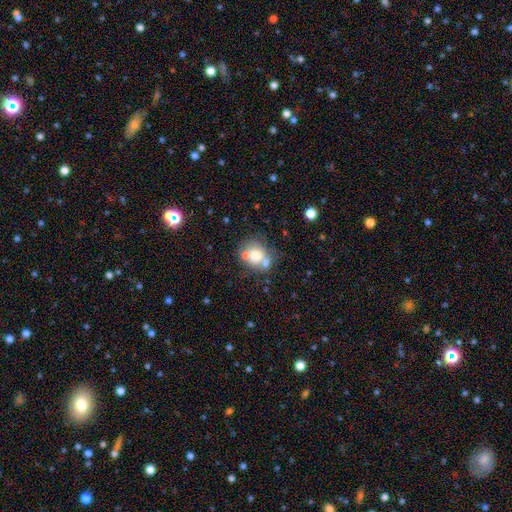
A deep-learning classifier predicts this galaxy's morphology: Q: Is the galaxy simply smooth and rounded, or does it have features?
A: smooth — 66%.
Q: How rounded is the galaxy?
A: round — 70%.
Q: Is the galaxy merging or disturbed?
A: none — 44%.